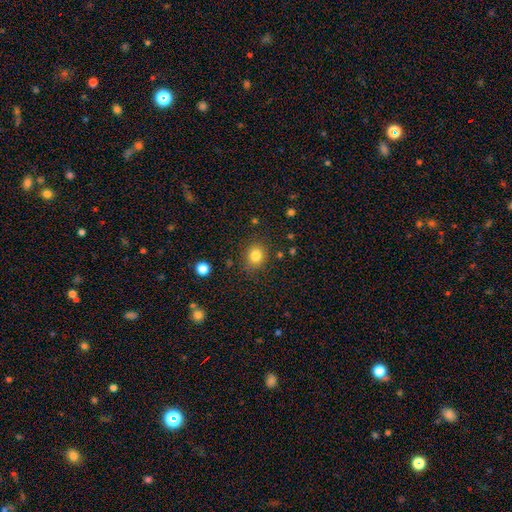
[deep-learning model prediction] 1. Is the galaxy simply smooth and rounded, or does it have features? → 82% smooth, 11% star or artifact, 6% featured or disk.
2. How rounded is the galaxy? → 73% round, 27% in between, 1% cigar-shaped.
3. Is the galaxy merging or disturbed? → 84% none, 11% minor disturbance, 3% major disturbance, 2% merger.